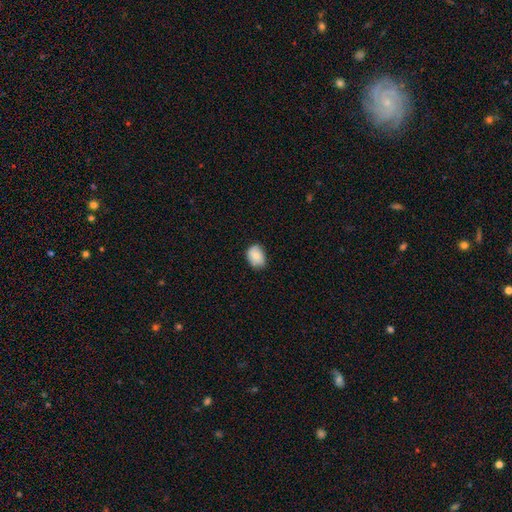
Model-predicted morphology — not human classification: type=smooth (80%); roundness=in between (63%); merging=none (71%).